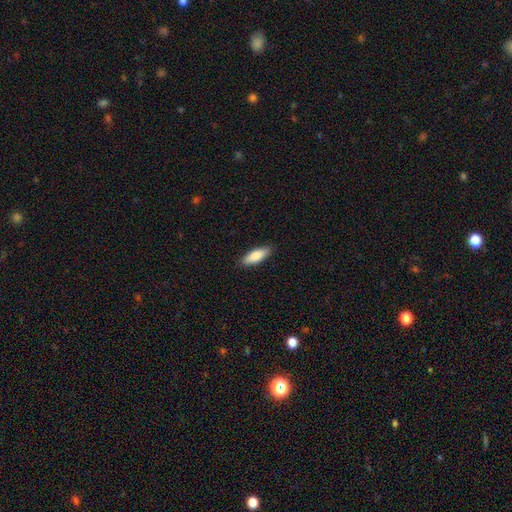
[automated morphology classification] smooth 82%, featured or disk 13%, star or artifact 6%. Down the decision tree: how rounded — in between (62%); merging — none (89%).